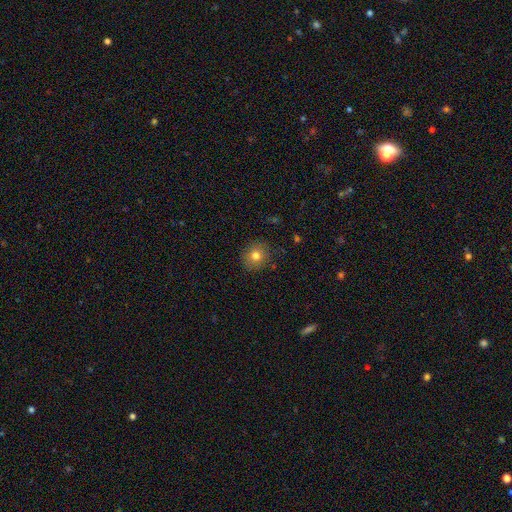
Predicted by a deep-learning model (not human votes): Overall: smooth (78%). How rounded: round (84%). Merging: none (88%).